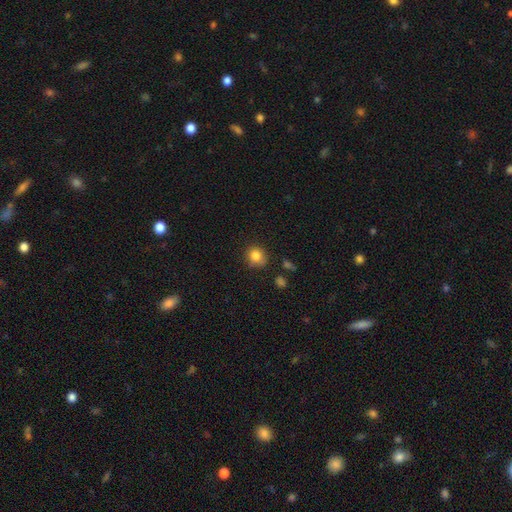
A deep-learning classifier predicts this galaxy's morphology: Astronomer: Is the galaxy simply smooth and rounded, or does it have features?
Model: smooth — 83%.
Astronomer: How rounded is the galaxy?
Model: round — 79%.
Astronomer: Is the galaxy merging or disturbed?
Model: none — 72%.